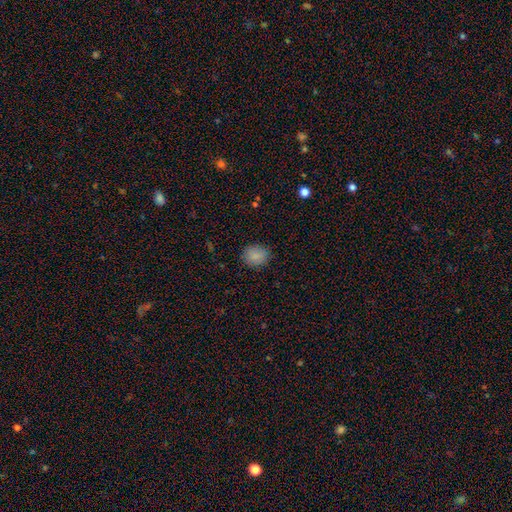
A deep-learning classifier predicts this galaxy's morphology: smooth 87%, star or artifact 9%, featured or disk 4%. Down the decision tree: how rounded — round (65%); merging — none (87%).